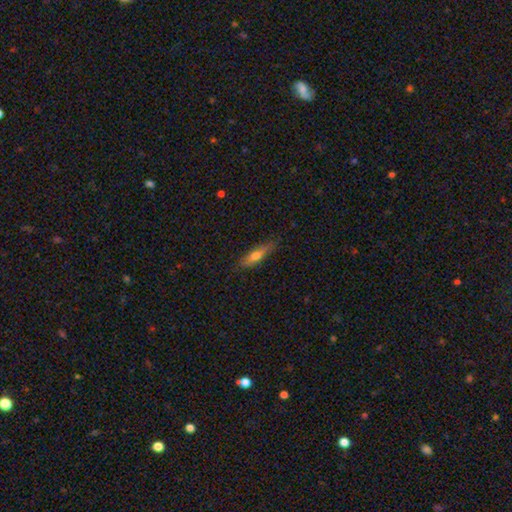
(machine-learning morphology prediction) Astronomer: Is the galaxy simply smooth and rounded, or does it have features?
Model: smooth — 56% (runner-up: featured or disk, 37%).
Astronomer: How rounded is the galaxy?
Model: cigar-shaped — 68%.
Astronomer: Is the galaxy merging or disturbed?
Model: none — 80%.